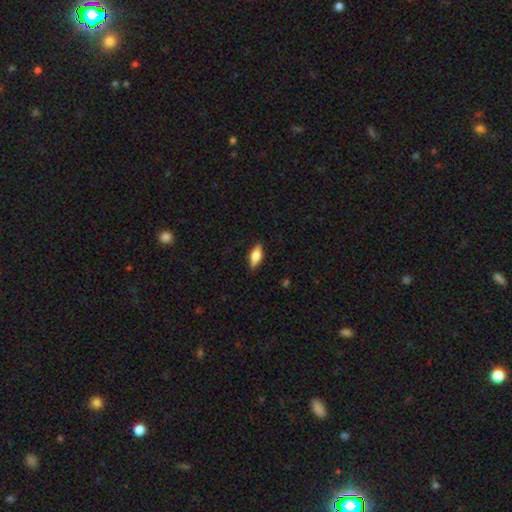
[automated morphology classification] Smooth or featured? Predicted: smooth (p=0.64). How rounded? Predicted: in between (p=0.70). Merging? Predicted: none (p=0.87).